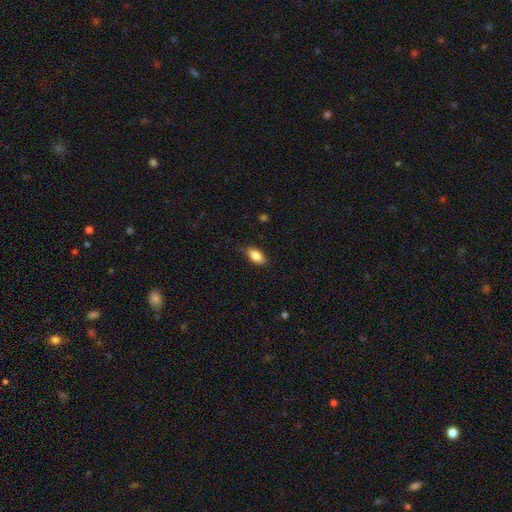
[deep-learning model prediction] Smooth or featured?
  - smooth: 84% *
  - featured or disk: 9%
  - star or artifact: 7%
How rounded?
  - in between: 89% *
  - cigar-shaped: 7%
  - round: 4%
Merging?
  - none: 80% *
  - minor disturbance: 16%
  - major disturbance: 3%
  - merger: 1%